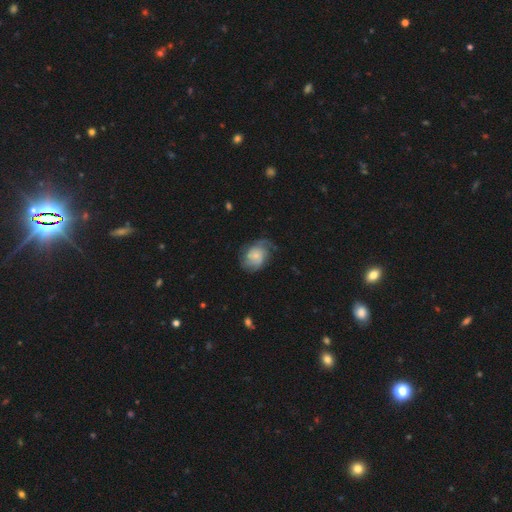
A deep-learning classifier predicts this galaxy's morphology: Smooth or featured? Predicted: featured or disk (p=0.68). Edge-on disk? Predicted: no (p=0.98). Bar? Predicted: no (p=0.73). Spiral arms? Predicted: yes (p=0.91). Spiral winding? Predicted: medium (p=0.40, tied with tight). Spiral arm count? Predicted: 2 (p=0.43). Bulge size? Predicted: small (p=0.60). Merging? Predicted: none (p=0.58).